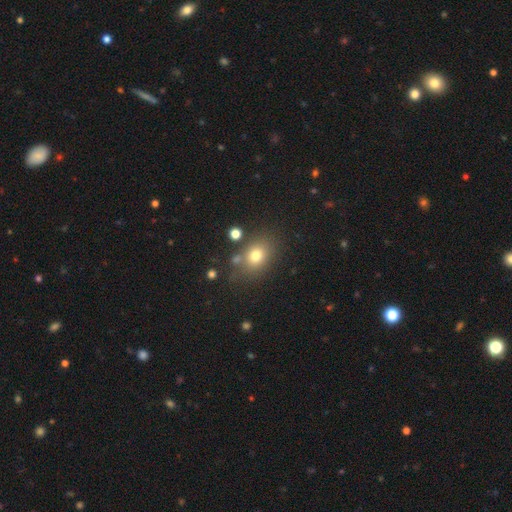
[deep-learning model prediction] Overall: smooth (75%). How rounded: in between (55%; round 44%). Merging: none (71%).